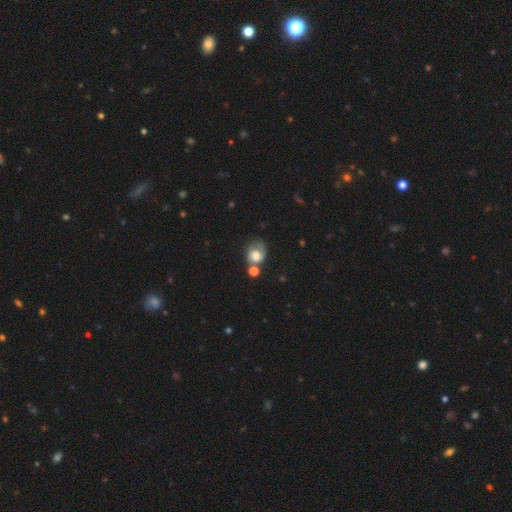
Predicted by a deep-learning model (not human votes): smooth-or-featured: smooth: 63% | featured or disk: 27% | star or artifact: 10%
  how-rounded: round: 62% | in between: 37% | cigar-shaped: 1%
  merging: none: 34% | minor disturbance: 24% | merger: 23% | major disturbance: 19%